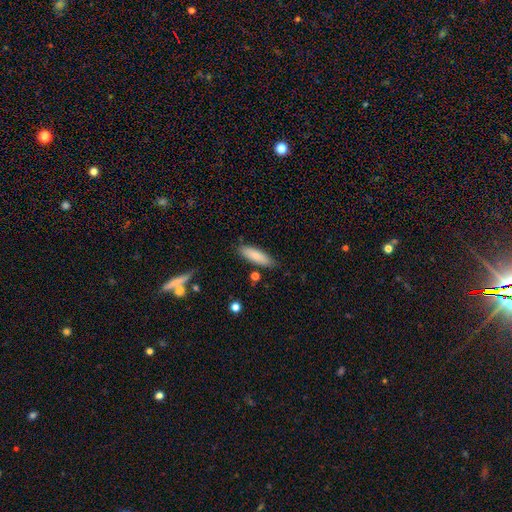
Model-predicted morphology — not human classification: This is clearly a smooth galaxy (82%). How rounded: possibly cigar-shaped (54%). Merging: clearly none (83%).